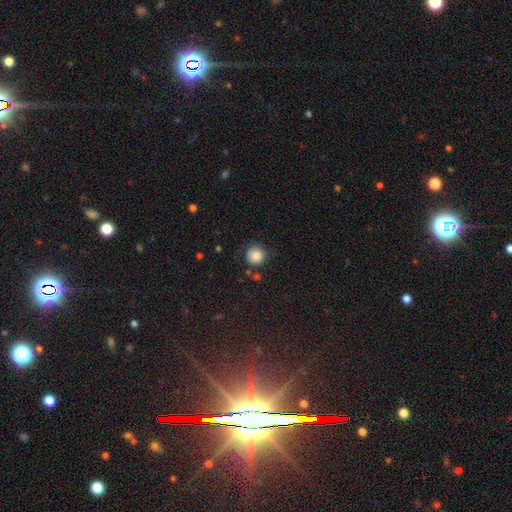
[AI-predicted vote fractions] smooth 85%, star or artifact 10%, featured or disk 6%. Down the decision tree: how rounded — round (93%); merging — none (75%).